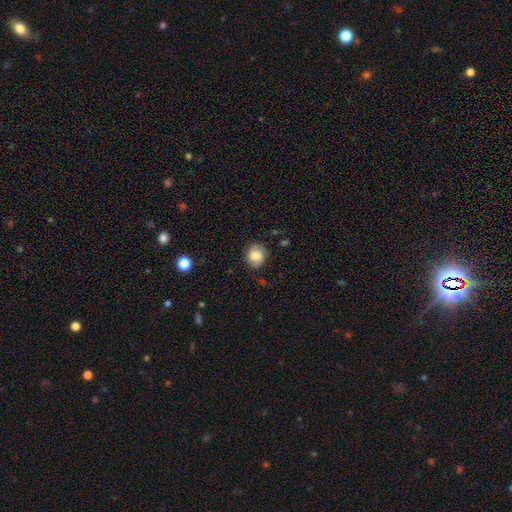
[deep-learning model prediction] Morphology: type=smooth (81%); roundness=round (71%); merging=none (81%).